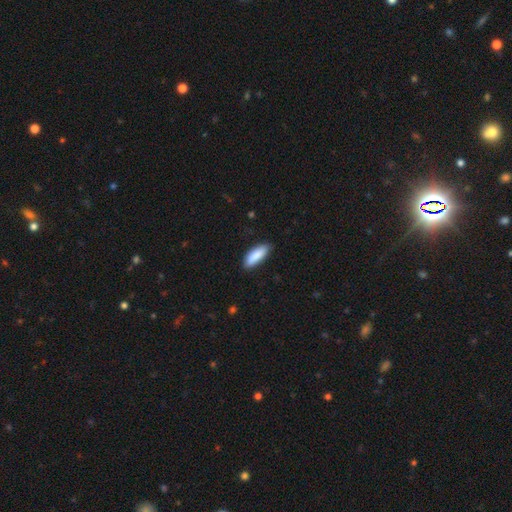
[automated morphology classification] Q: Smooth or featured?
A: smooth (87%); runner-up: featured or disk (7%)
Q: How rounded?
A: in between (64%); runner-up: cigar-shaped (35%)
Q: Merging?
A: none (82%); runner-up: minor disturbance (14%)